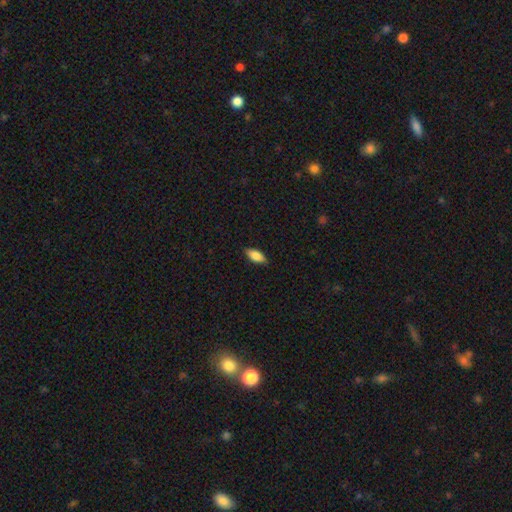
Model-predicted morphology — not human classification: smooth 80%, featured or disk 14%, star or artifact 7%. Down the decision tree: how rounded — in between (85%); merging — none (87%).